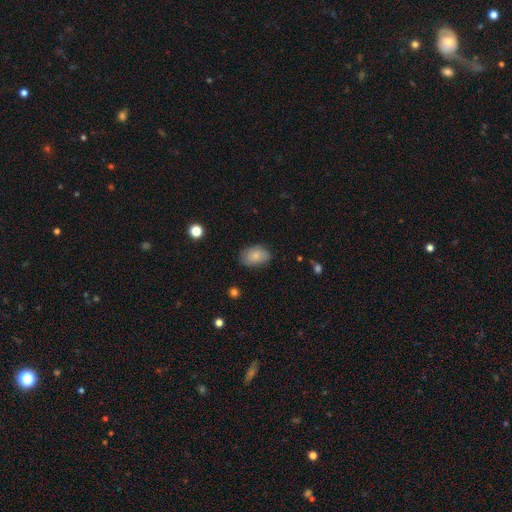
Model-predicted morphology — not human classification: Q: Smooth or featured?
A: smooth (78%); runner-up: featured or disk (14%)
Q: How rounded?
A: in between (89%); runner-up: round (10%)
Q: Merging?
A: none (79%); runner-up: minor disturbance (16%)